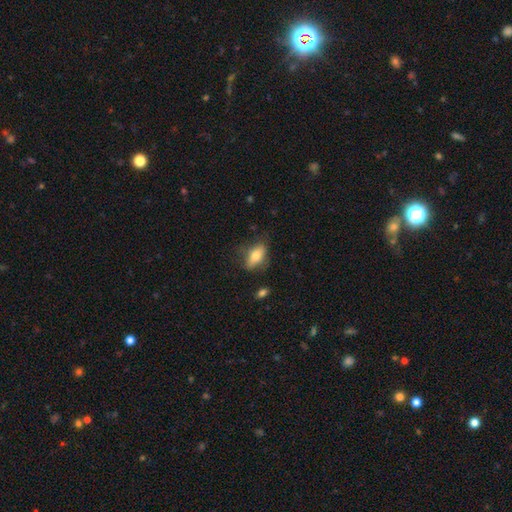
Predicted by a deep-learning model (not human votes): This is likely a smooth galaxy (72%). How rounded: clearly in between (81%). Merging: likely none (61%).